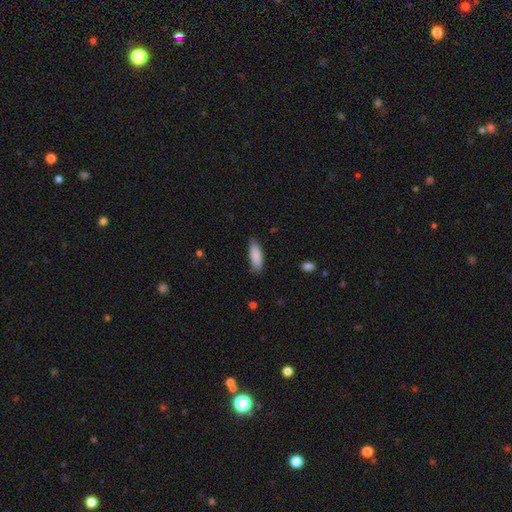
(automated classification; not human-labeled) Smooth or featured: smooth — 87% (featured or disk — 7%)
How rounded: in between — 62% (cigar-shaped — 37%)
Merging: none — 81% (minor disturbance — 15%)